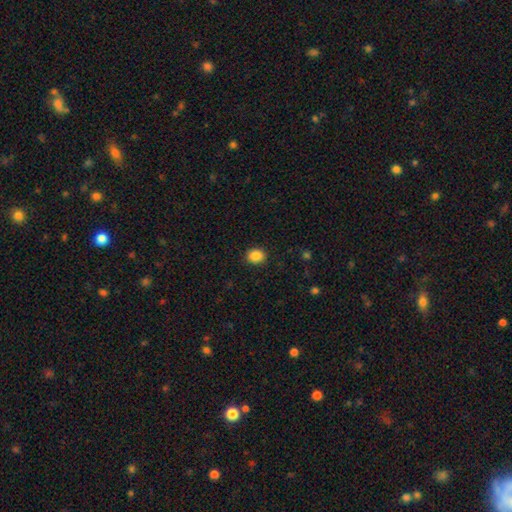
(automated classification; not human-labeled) Morphology: type=smooth (87%); roundness=round (61%); merging=none (90%).